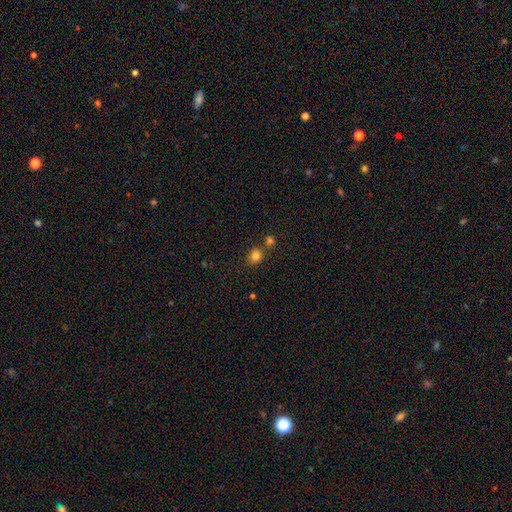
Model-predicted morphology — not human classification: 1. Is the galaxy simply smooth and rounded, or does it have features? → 82% smooth, 13% star or artifact, 5% featured or disk.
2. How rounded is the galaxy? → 75% round, 24% in between, 1% cigar-shaped.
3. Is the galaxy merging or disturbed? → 69% none, 18% merger, 10% minor disturbance, 3% major disturbance.